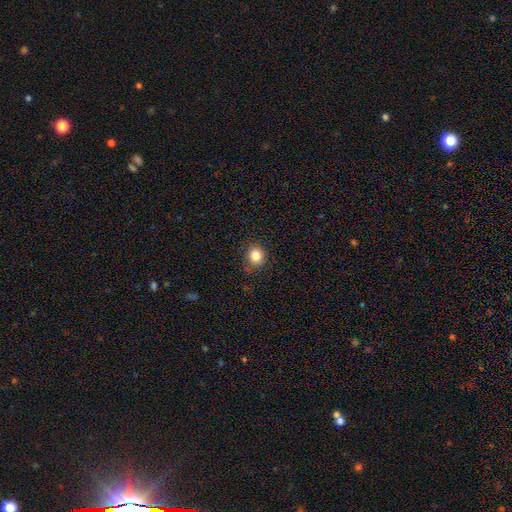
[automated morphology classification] This appears to be a smooth galaxy with no disk features (83%) that is round (82%). Merging: none (85%).